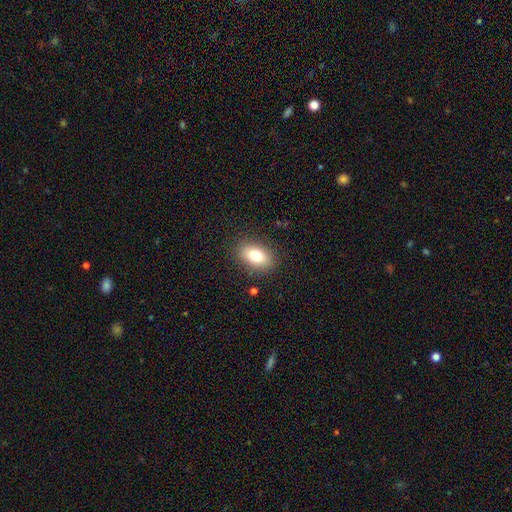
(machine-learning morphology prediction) smooth-or-featured: smooth: 78% | featured or disk: 13% | star or artifact: 9%
  how-rounded: in between: 85% | round: 13% | cigar-shaped: 2%
  merging: none: 86% | minor disturbance: 10% | major disturbance: 3% | merger: 1%